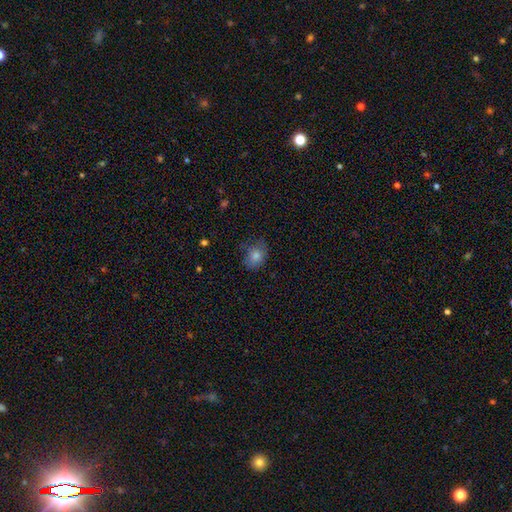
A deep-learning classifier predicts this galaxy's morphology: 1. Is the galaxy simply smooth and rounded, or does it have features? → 74% smooth, 13% star or artifact, 13% featured or disk.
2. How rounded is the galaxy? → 51% in between, 48% round, 1% cigar-shaped.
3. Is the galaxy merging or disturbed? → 69% none, 23% minor disturbance, 6% major disturbance, 1% merger.